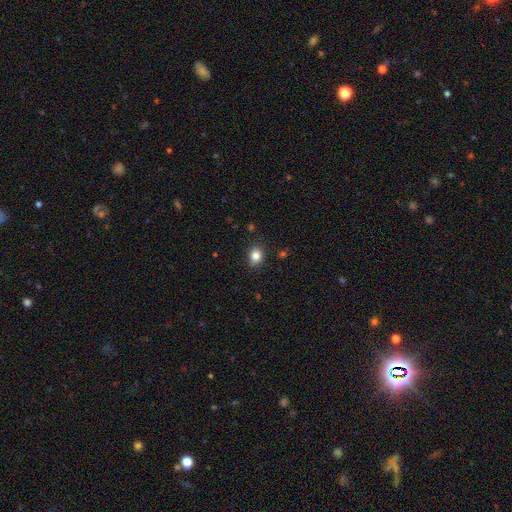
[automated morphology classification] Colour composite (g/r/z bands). It shows a smooth galaxy with no disk features (84%) that is round (57%). Merging: none (85%).